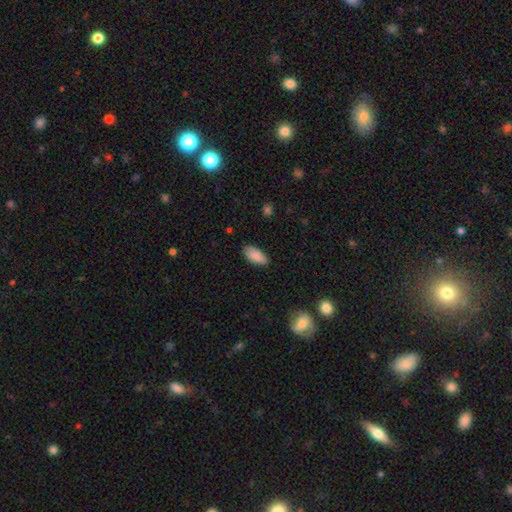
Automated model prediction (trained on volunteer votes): Smooth or featured?
  - smooth: 88% *
  - star or artifact: 6%
  - featured or disk: 6%
How rounded?
  - in between: 89% *
  - cigar-shaped: 9%
  - round: 2%
Merging?
  - none: 84% *
  - minor disturbance: 13%
  - major disturbance: 2%
  - merger: 1%